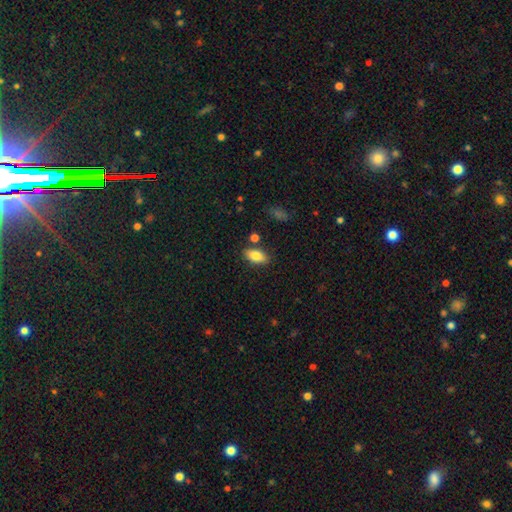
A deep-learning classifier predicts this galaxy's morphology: Smooth or featured? Predicted: smooth (p=0.83). How rounded? Predicted: in between (p=0.90). Merging? Predicted: none (p=0.82).